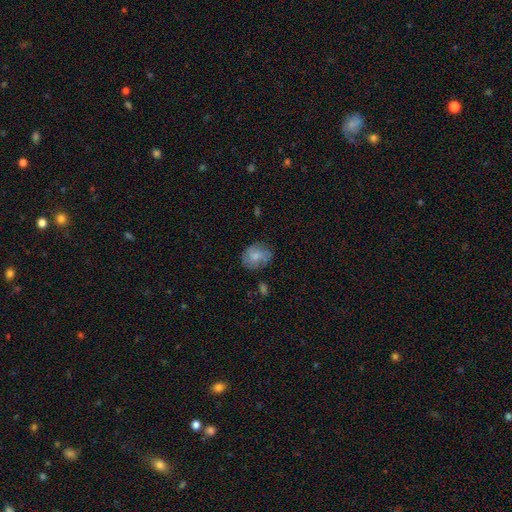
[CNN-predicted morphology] Smooth or featured? Predicted: smooth (p=0.63). How rounded? Predicted: round (p=0.59). Merging? Predicted: none (p=0.70).